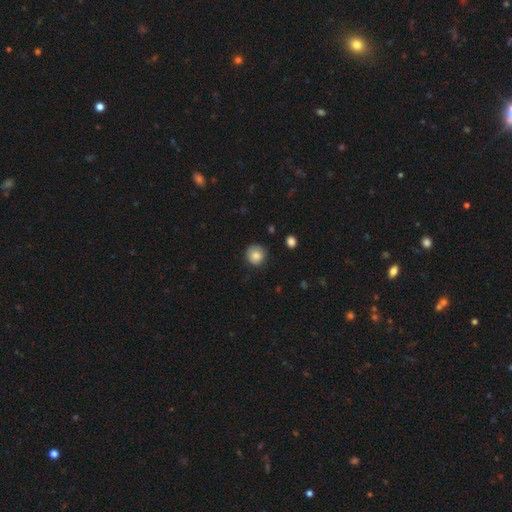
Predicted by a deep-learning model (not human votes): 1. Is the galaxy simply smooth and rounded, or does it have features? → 85% smooth, 9% star or artifact, 7% featured or disk.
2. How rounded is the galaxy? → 92% round, 7% in between, 1% cigar-shaped.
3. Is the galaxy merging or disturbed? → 81% none, 14% minor disturbance, 3% major disturbance, 1% merger.